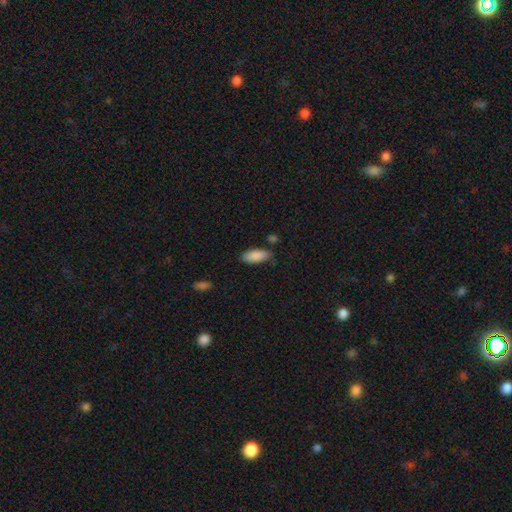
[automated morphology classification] Smooth or featured? smooth (88%)
How rounded? in between (83%)
Merging? none (78%)